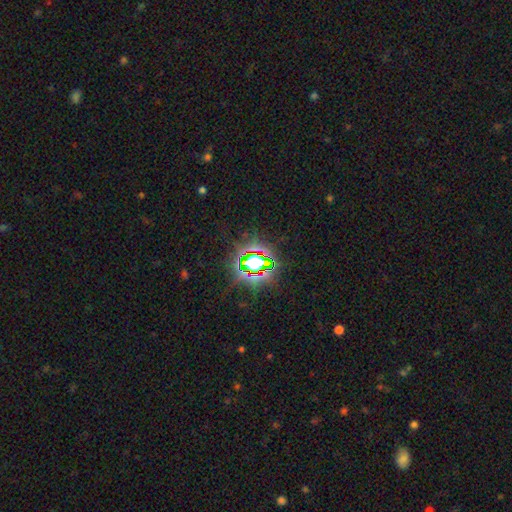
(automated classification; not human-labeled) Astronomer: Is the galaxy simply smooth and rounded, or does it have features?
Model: star or artifact — 78%.